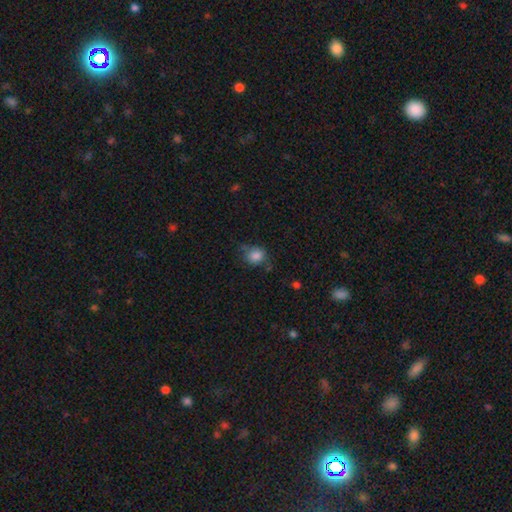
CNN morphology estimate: smooth_or_featured: smooth (p=0.84) [alt: star or artifact p=0.10]
how_rounded: round (p=0.72) [alt: in between p=0.27]
merging: none (p=0.68) [alt: minor disturbance p=0.21]